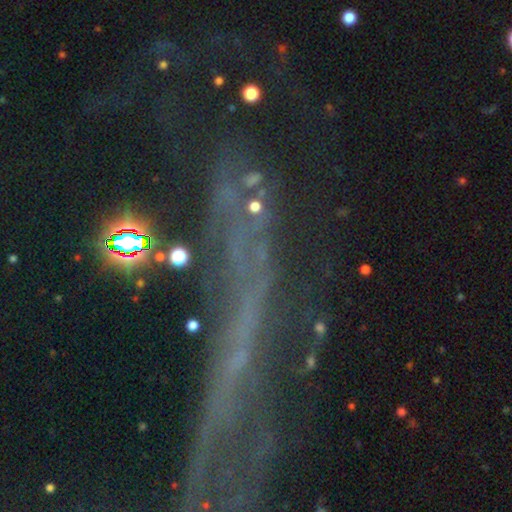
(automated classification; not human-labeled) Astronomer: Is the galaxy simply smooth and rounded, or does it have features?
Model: star or artifact — 58%.